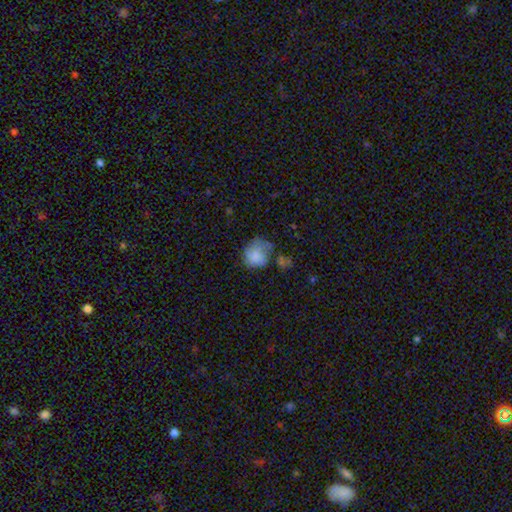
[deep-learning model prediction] The model was most divided on "merging": none: 39%, minor disturbance: 32%, major disturbance: 22%, merger: 6%. More confident: smooth or featured — smooth (75%); how rounded — round (67%).